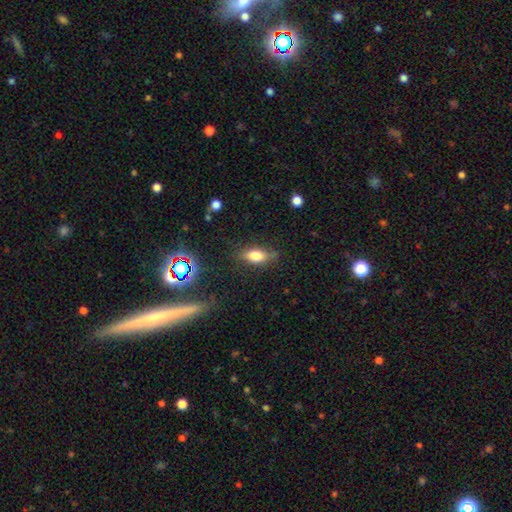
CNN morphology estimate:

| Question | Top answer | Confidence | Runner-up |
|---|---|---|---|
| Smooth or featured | smooth | 73% | featured or disk (17%) |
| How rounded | in between | 80% | cigar-shaped (14%) |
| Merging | none | 77% | minor disturbance (17%) |